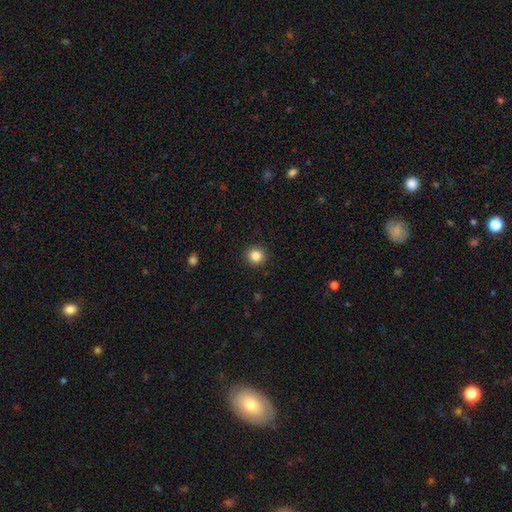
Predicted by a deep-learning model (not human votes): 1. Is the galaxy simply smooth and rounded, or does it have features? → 84% smooth, 11% star or artifact, 5% featured or disk.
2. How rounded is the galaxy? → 93% round, 6% in between, 1% cigar-shaped.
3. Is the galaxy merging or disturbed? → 92% none, 5% minor disturbance, 2% major disturbance, 1% merger.